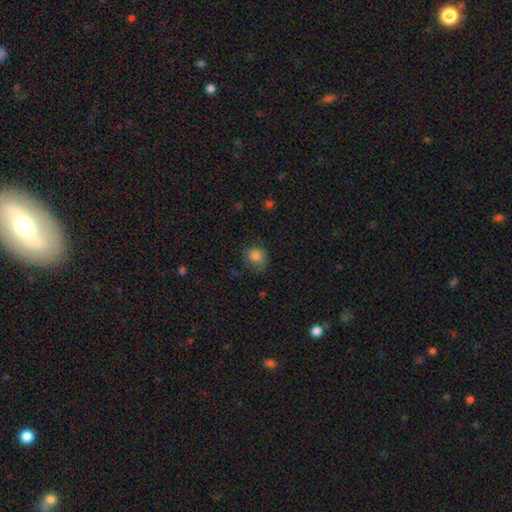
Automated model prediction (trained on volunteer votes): This appears to be a smooth galaxy with no disk features (83%) that is round (71%). Merging: none (62%).